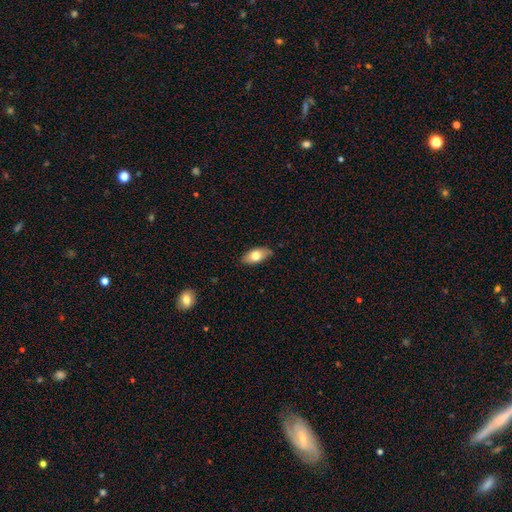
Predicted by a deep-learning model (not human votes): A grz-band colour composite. It shows a smooth galaxy with no disk features (73%) that is in between round and cigar-shaped (90%). Merging: none (82%).